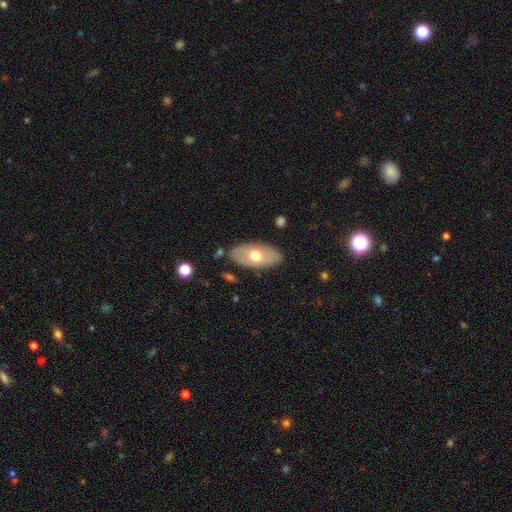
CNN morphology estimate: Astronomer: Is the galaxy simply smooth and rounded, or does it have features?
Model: smooth — 56% (runner-up: featured or disk, 39%).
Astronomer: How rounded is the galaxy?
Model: in between — 93%.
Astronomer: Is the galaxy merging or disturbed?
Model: none — 83%.